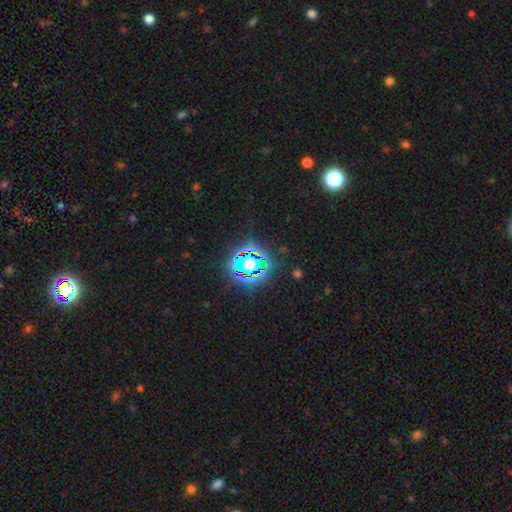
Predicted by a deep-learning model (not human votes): Q: Smooth or featured?
A: star or artifact (83%); runner-up: smooth (10%)